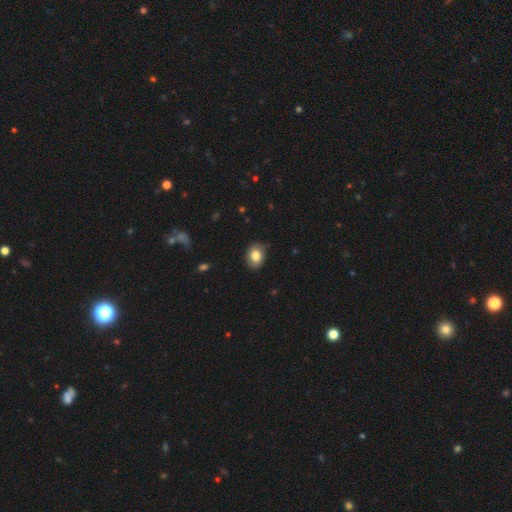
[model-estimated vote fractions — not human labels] smooth_or_featured: smooth (p=0.80) [alt: featured or disk p=0.11]
how_rounded: in between (p=0.64) [alt: round p=0.35]
merging: none (p=0.77) [alt: minor disturbance p=0.19]